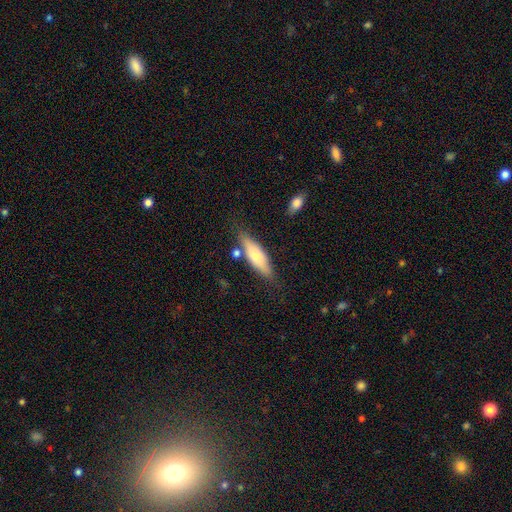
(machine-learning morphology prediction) type=smooth (64%); roundness=cigar-shaped (52%); merging=none (73%).